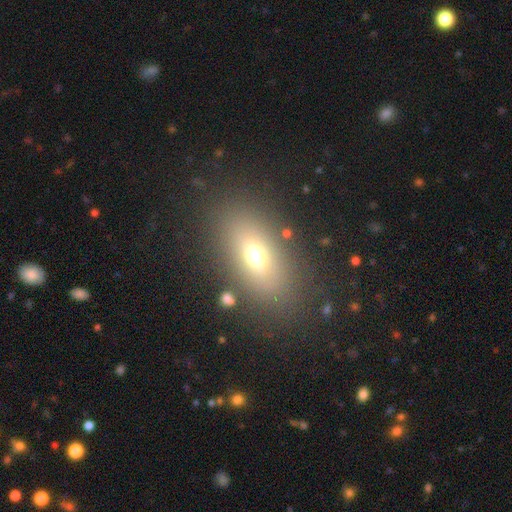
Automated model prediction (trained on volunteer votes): A smooth galaxy with no disk features (65%) that is in between round and cigar-shaped (80%).

Vote fractions:
- Smooth or featured? smooth: 65% / featured or disk: 21% / star or artifact: 14%
- How rounded? in between: 80% / round: 11% / cigar-shaped: 9%
- Merging? none: 82% / minor disturbance: 10% / major disturbance: 5% / merger: 3%